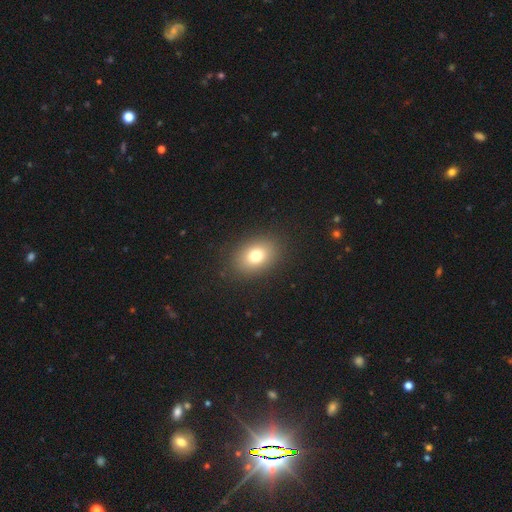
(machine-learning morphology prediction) smooth 77%, star or artifact 12%, featured or disk 11%. Down the decision tree: how rounded — in between (69%); merging — none (88%).